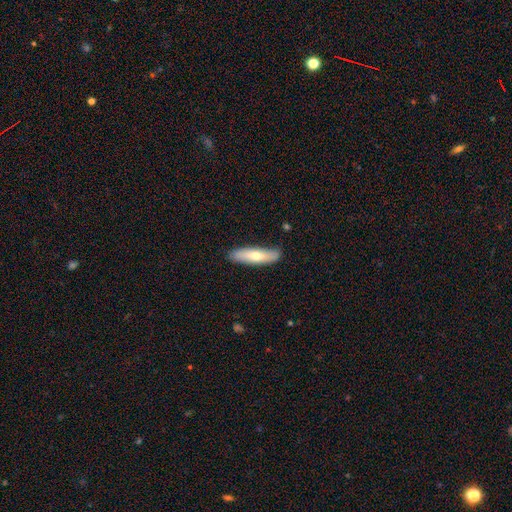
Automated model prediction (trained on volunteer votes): The model was most divided on "smooth or featured": smooth: 63%, featured or disk: 32%, star or artifact: 6%. More confident: merging — none (86%); how rounded — cigar-shaped (65%).